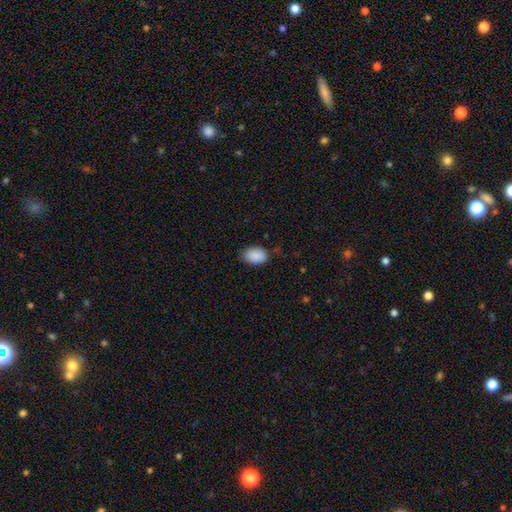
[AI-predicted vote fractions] Smooth or featured? Predicted: smooth (p=0.89). How rounded? Predicted: in between (p=0.86). Merging? Predicted: none (p=0.76).